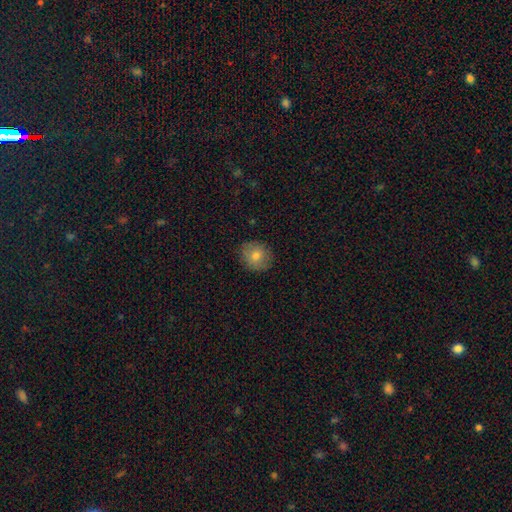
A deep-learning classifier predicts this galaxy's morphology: Q: Smooth or featured?
A: smooth (75%); runner-up: featured or disk (15%)
Q: How rounded?
A: round (79%); runner-up: in between (20%)
Q: Merging?
A: none (86%); runner-up: minor disturbance (10%)